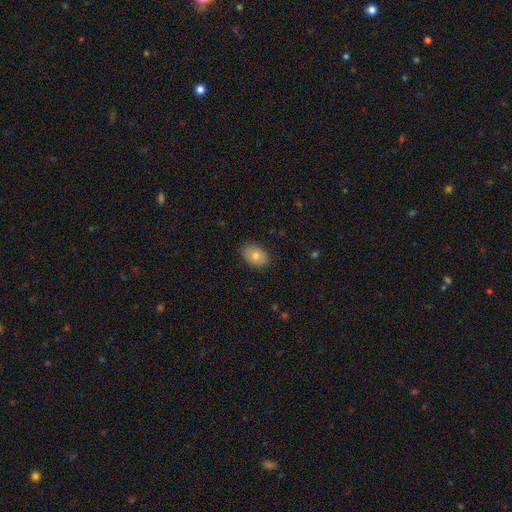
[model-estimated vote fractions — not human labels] Smooth or featured: smooth — 78% (featured or disk — 14%)
How rounded: in between — 81% (round — 18%)
Merging: none — 87% (minor disturbance — 10%)